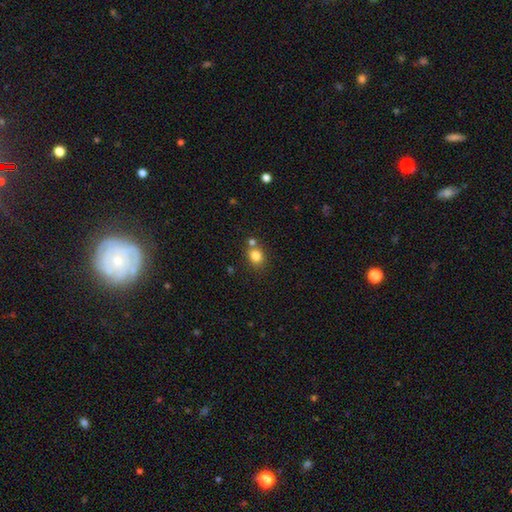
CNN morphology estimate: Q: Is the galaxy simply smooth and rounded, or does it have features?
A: smooth — 82%.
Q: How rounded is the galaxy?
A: round — 61%.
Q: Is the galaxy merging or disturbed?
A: none — 66%.